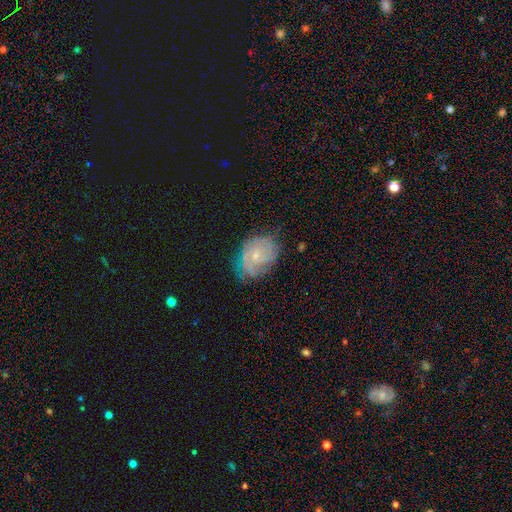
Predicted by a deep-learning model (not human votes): A featured or disk galaxy (70%) with no bar (77%), tight (59%) spiral arms (87%) and a small central bulge (72%).

Vote fractions:
- Smooth or featured? featured or disk: 70% / smooth: 22% / star or artifact: 8%
- Edge-on disk? no: 97% / yes: 3%
- Bar? no: 77% / weak: 20% / strong: 3%
- Spiral arms? yes: 87% / no: 13%
- Spiral winding? tight: 59% / medium: 30% / loose: 11%
- Spiral arm count? can't tell: 41% / 2: 27% / 3: 15% / 1: 7% / 4: 6% / more than 4: 4%
- Bulge size? small: 72% / moderate: 24% / none: 2% / large: 1% / dominant: 1%
- Merging? none: 63% / minor disturbance: 25% / major disturbance: 10% / merger: 1%